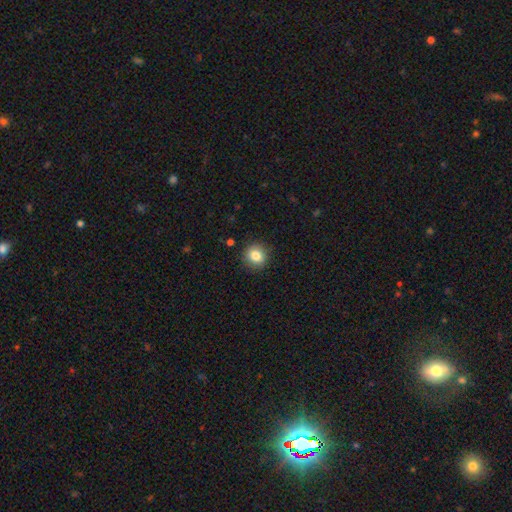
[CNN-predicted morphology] Smooth or featured?
  - smooth: 84% *
  - star or artifact: 10%
  - featured or disk: 7%
How rounded?
  - round: 87% *
  - in between: 12%
  - cigar-shaped: 1%
Merging?
  - none: 89% *
  - minor disturbance: 7%
  - major disturbance: 2%
  - merger: 1%